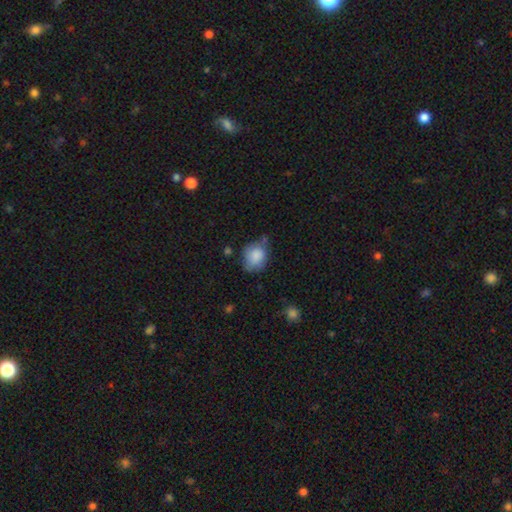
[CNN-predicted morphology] The model was most divided on "how rounded": round: 54%, in between: 45%, cigar-shaped: 1%. More confident: smooth or featured — smooth (84%); merging — none (52%).